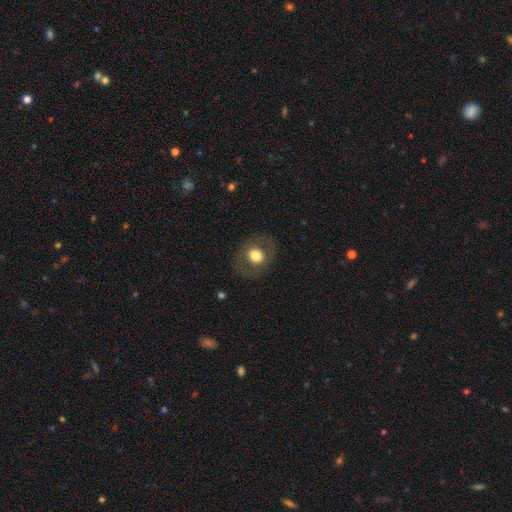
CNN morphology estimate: Smooth or featured?
  - smooth: 66% *
  - featured or disk: 25%
  - star or artifact: 9%
How rounded?
  - round: 75% *
  - in between: 24%
  - cigar-shaped: 1%
Merging?
  - none: 82% *
  - minor disturbance: 10%
  - major disturbance: 7%
  - merger: 1%